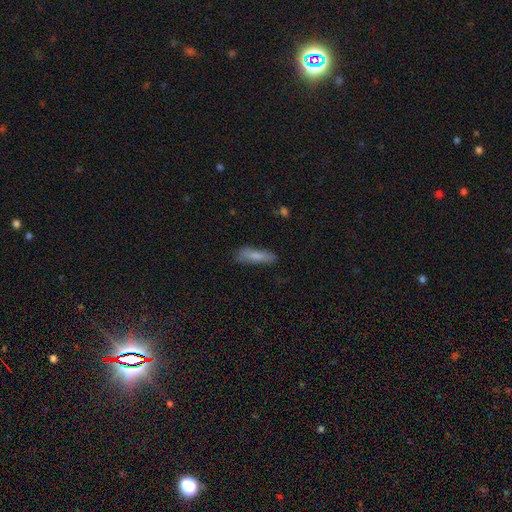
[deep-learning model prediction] The model was most divided on "how rounded": cigar-shaped: 63%, in between: 35%, round: 2%. More confident: smooth or featured — smooth (78%); merging — none (70%).